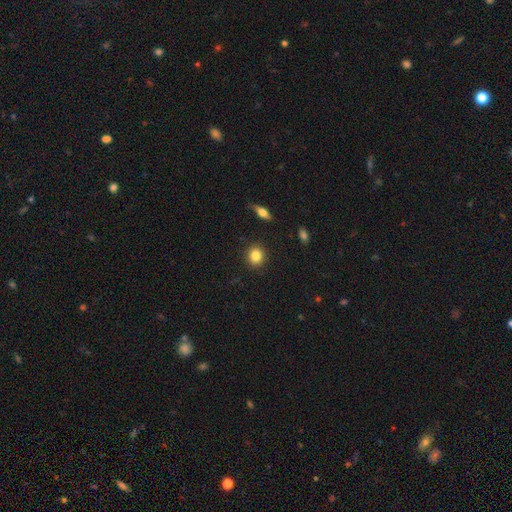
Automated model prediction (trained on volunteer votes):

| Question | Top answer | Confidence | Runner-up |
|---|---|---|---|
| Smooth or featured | smooth | 84% | star or artifact (9%) |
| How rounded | round | 85% | in between (14%) |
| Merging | none | 91% | minor disturbance (6%) |